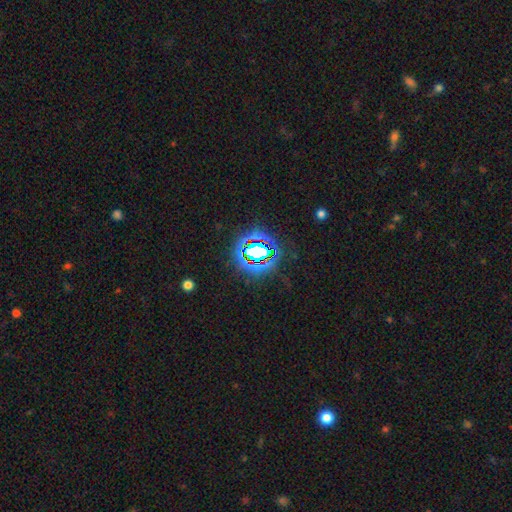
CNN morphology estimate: This is likely a star or artifact rather than a galaxy (80%).